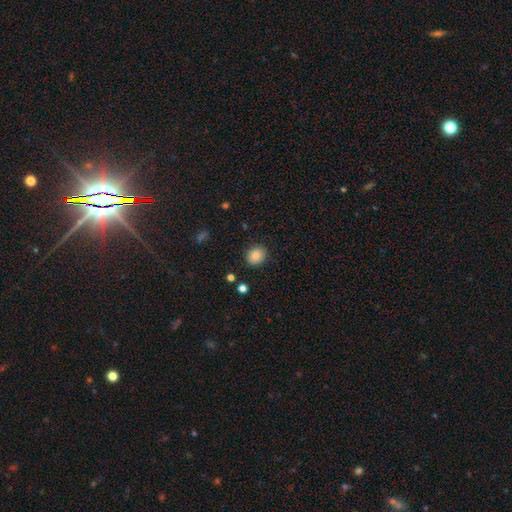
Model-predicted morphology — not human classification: Smooth or featured? Predicted: smooth (p=0.85). How rounded? Predicted: round (p=0.65). Merging? Predicted: none (p=0.87).